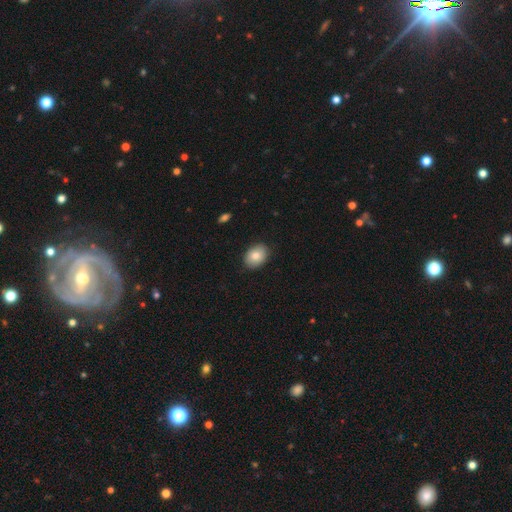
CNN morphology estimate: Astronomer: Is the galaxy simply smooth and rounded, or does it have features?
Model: smooth — 83%.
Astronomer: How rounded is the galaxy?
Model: in between — 73%.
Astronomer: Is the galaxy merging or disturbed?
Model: none — 88%.